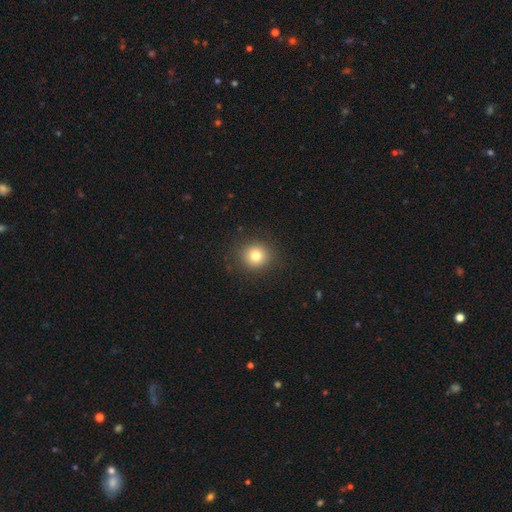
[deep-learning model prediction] A smooth galaxy with no disk features (79%) that is round (88%).

Vote fractions:
- Smooth or featured? smooth: 79% / star or artifact: 13% / featured or disk: 8%
- How rounded? round: 88% / in between: 11% / cigar-shaped: 1%
- Merging? none: 89% / minor disturbance: 7% / major disturbance: 3% / merger: 1%